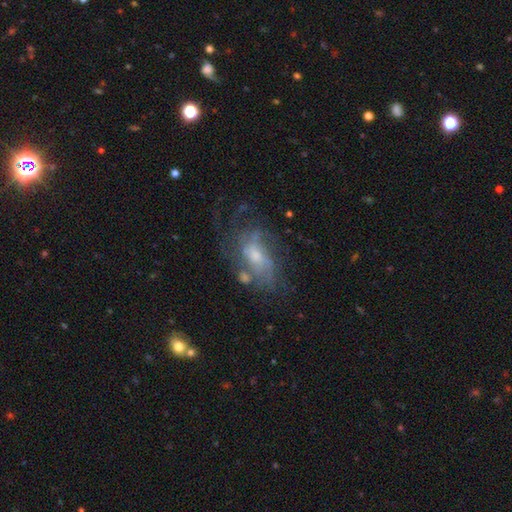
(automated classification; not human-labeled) Smooth or featured: featured or disk — 75% (smooth — 16%)
Edge-on disk: no — 95% (yes — 5%)
Bar: no — 61% (weak — 33%)
Spiral arms: yes — 80% (no — 20%)
Spiral winding: medium — 41% (tight — 32%)
Spiral arm count: can't tell — 45% (3 — 16%)
Bulge size: moderate — 44% (small — 43%)
Merging: none — 51% (major disturbance — 22%)